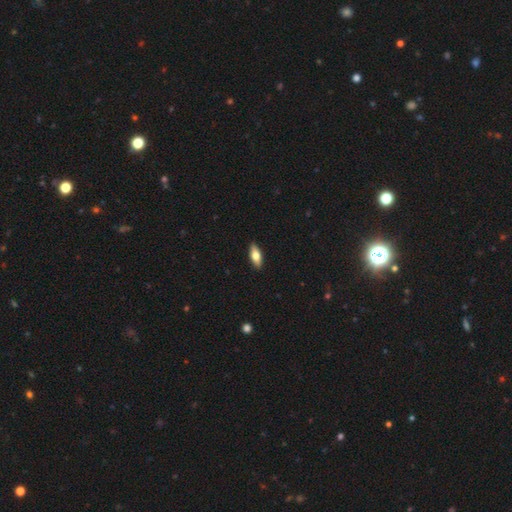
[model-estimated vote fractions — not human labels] The model was most divided on "smooth or featured": smooth: 68%, featured or disk: 26%, star or artifact: 6%. More confident: merging — none (90%); how rounded — in between (74%).